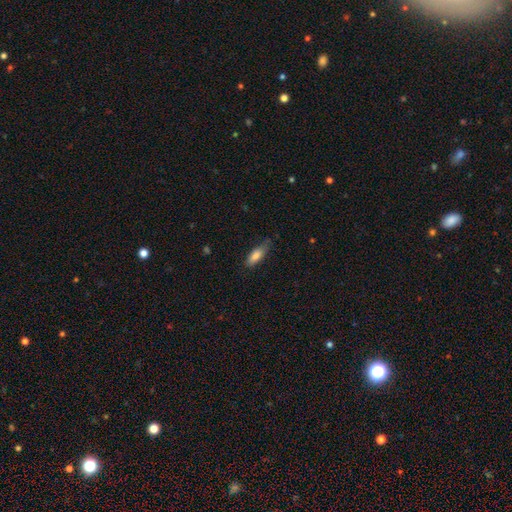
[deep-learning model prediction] smooth 80%, featured or disk 13%, star or artifact 7%. Down the decision tree: how rounded — in between (64%); merging — none (64%).